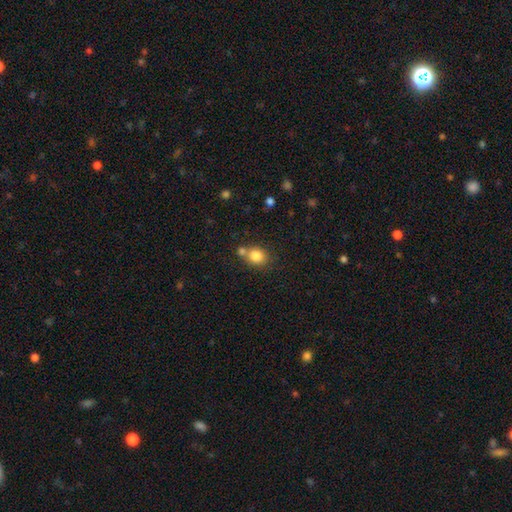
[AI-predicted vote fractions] Smooth or featured: smooth — 83% (star or artifact — 10%)
How rounded: round — 66% (in between — 33%)
Merging: none — 55% (merger — 31%)